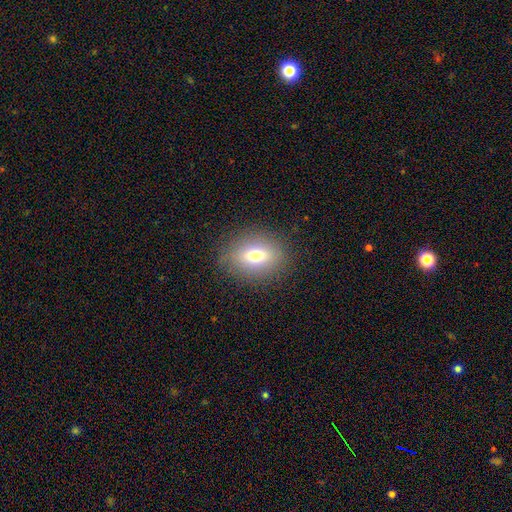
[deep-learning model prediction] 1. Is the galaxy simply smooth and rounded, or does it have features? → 69% smooth, 18% featured or disk, 13% star or artifact.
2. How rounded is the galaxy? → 59% in between, 39% round, 2% cigar-shaped.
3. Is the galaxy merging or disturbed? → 85% none, 10% minor disturbance, 4% major disturbance, 1% merger.